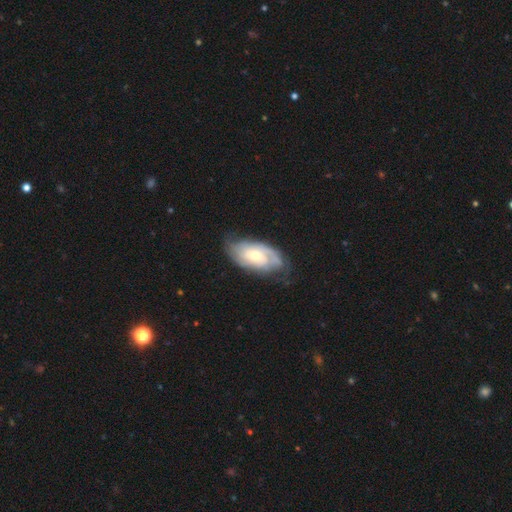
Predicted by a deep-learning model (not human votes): smooth_or_featured: featured or disk (p=0.72) [alt: smooth p=0.23]
disk_edge_on: no (p=0.94) [alt: yes p=0.06]
bar: no (p=0.64) [alt: weak p=0.31]
has_spiral_arms: yes (p=0.91) [alt: no p=0.09]
spiral_winding: tight (p=0.56) [alt: medium p=0.33]
spiral_arm_count: 2 (p=0.39) [alt: can't tell p=0.37]
bulge_size: moderate (p=0.57) [alt: small p=0.33]
merging: none (p=0.65) [alt: minor disturbance p=0.25]